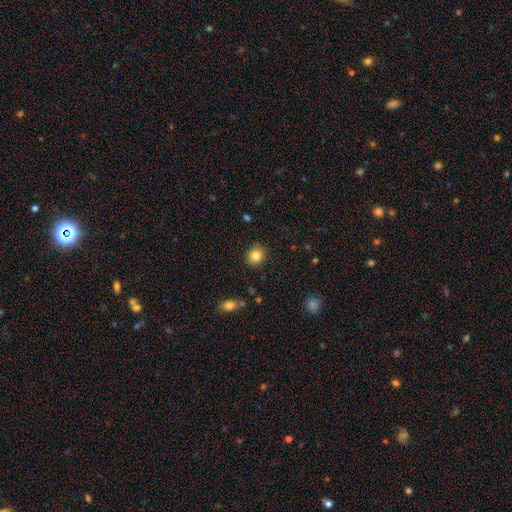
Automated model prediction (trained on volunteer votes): A smooth galaxy with no disk features (84%) that is round (79%).

Vote fractions:
- Smooth or featured? smooth: 84% / star or artifact: 10% / featured or disk: 6%
- How rounded? round: 79% / in between: 20% / cigar-shaped: 1%
- Merging? none: 90% / minor disturbance: 7% / major disturbance: 2% / merger: 1%